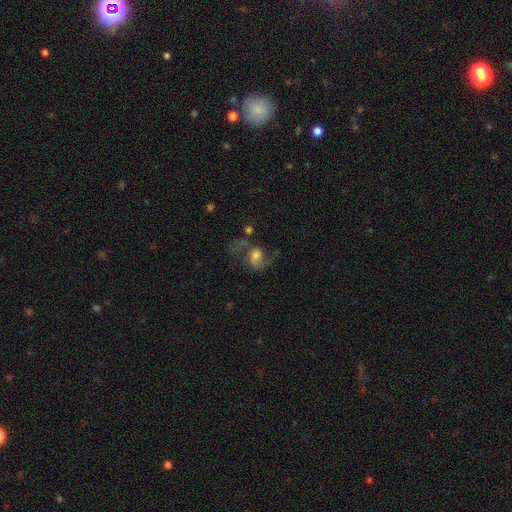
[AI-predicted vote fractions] Smooth or featured? Predicted: featured or disk (p=0.65). Edge-on disk? Predicted: no (p=0.97). Bar? Predicted: no (p=0.51). Spiral arms? Predicted: yes (p=0.87). Spiral winding? Predicted: loose (p=0.64). Spiral arm count? Predicted: 2 (p=0.83). Bulge size? Predicted: moderate (p=0.46). Merging? Predicted: none (p=0.41).